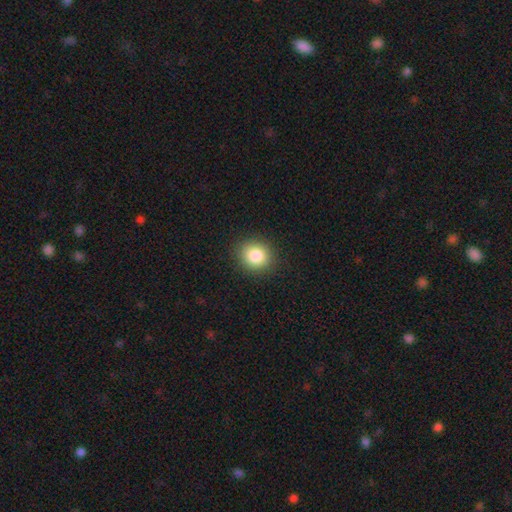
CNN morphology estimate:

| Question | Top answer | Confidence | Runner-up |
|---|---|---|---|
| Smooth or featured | smooth | 84% | star or artifact (10%) |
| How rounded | round | 82% | in between (18%) |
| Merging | none | 90% | minor disturbance (7%) |